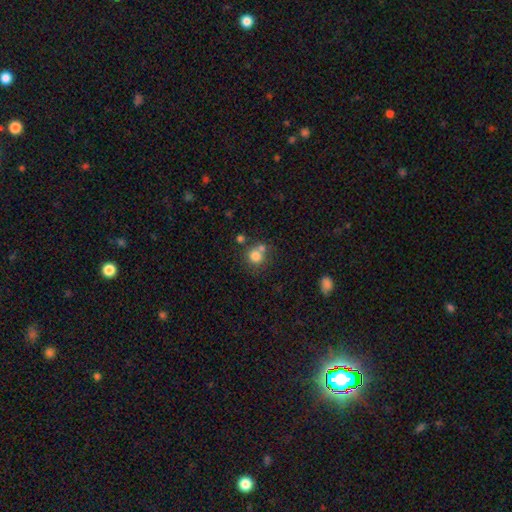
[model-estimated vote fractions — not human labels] The model was most divided on "merging": none: 54%, merger: 30%, minor disturbance: 10%, major disturbance: 5%. More confident: how rounded — round (87%); smooth or featured — smooth (79%).